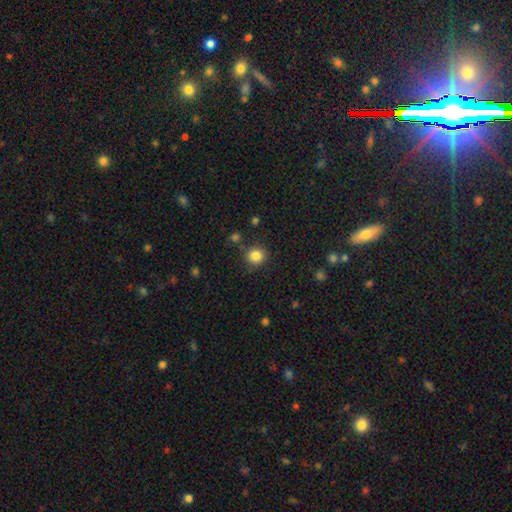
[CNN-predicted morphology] type=smooth (84%); roundness=round (90%); merging=none (85%).